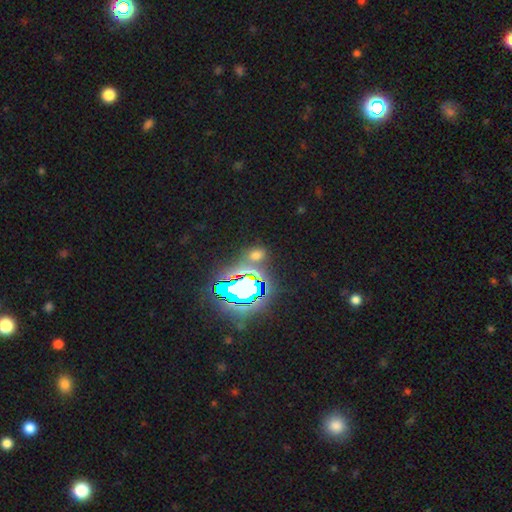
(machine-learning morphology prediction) Smooth or featured?
  - star or artifact: 51% *
  - smooth: 40%
  - featured or disk: 9%